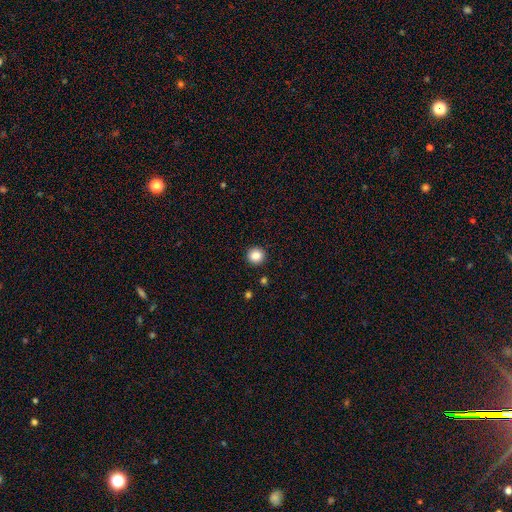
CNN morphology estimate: smooth-or-featured: smooth: 87% | star or artifact: 10% | featured or disk: 3%
  how-rounded: round: 94% | in between: 5% | cigar-shaped: 1%
  merging: none: 93% | minor disturbance: 4% | major disturbance: 2% | merger: 1%